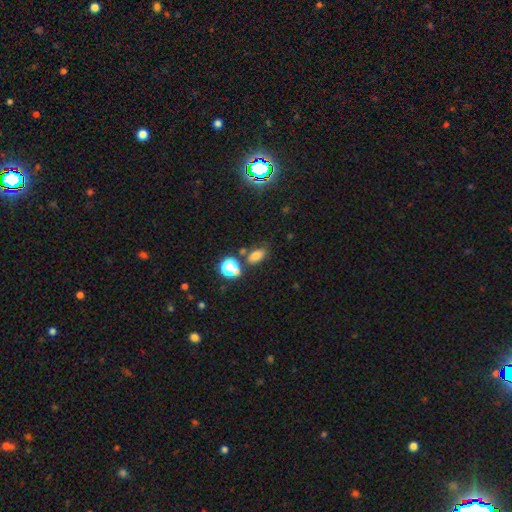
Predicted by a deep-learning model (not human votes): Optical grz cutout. It shows a smooth galaxy with no disk features (75%) that is in between round and cigar-shaped (82%). Merging: none (69%).